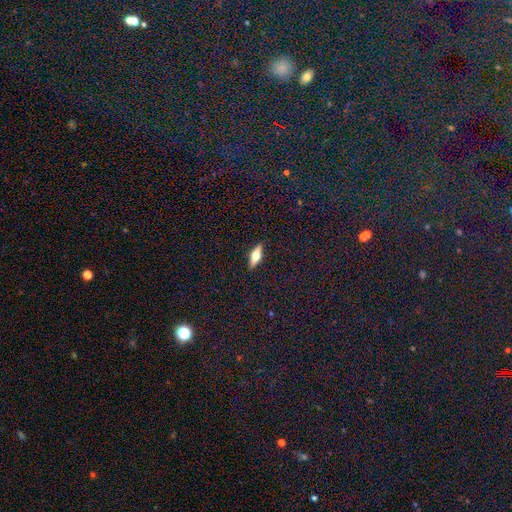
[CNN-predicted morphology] Q: Smooth or featured?
A: featured or disk (49%); runner-up: smooth (43%)
Q: Merging?
A: none (90%); runner-up: minor disturbance (7%)